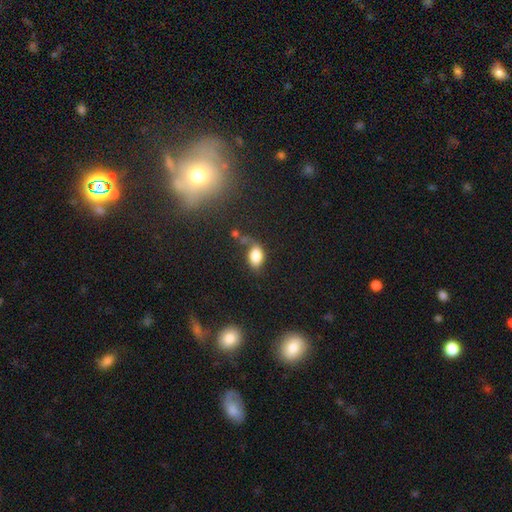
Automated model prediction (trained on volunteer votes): This appears to be a smooth galaxy with no disk features (79%) that is in between round and cigar-shaped (87%). Merging: none (45%).